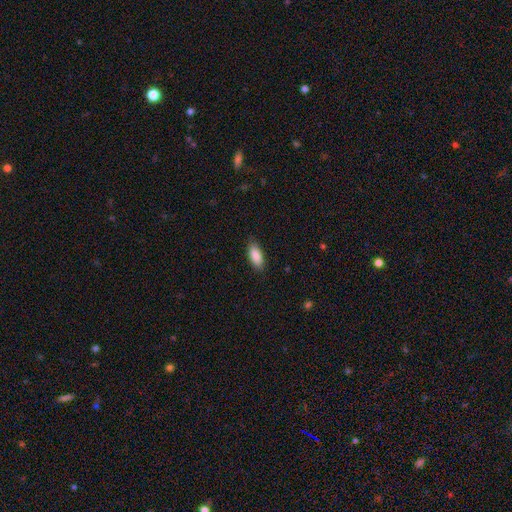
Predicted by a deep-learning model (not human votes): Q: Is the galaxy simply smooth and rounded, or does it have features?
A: smooth — 88%.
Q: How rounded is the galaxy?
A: in between — 82%.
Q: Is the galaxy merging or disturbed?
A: none — 85%.